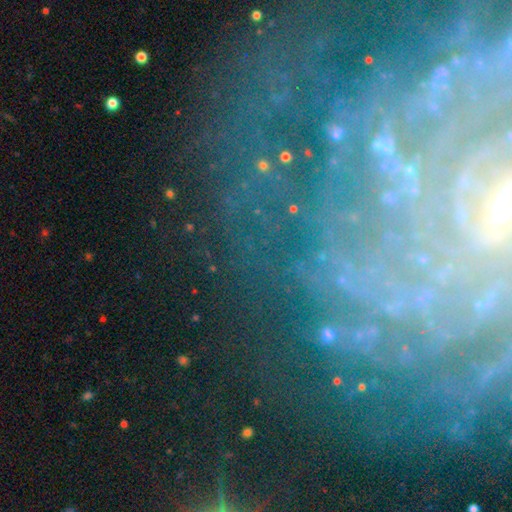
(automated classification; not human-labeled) Morphology: type=featured or disk (69%); edge-on=no (94%); bar=no (53%); spiral arms=yes (84%); winding=tight (72%); arm count=can't tell (33%); bulge=small (64%); merging=none (68%).